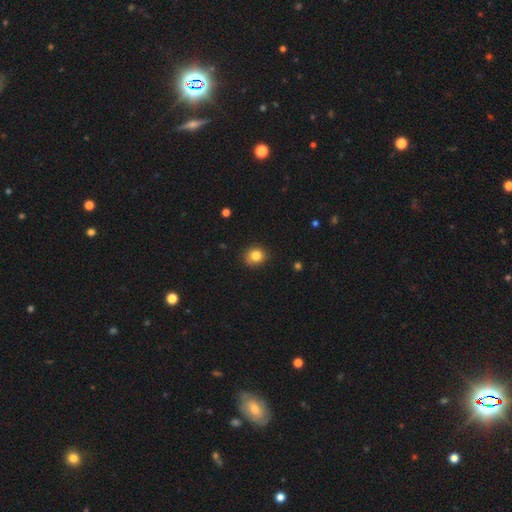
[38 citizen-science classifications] This appears to be a smooth galaxy with no disk features (89%) that is round (88%). Merging: none (86%).